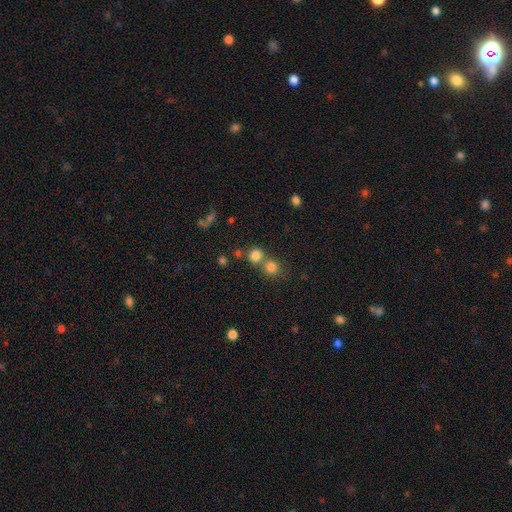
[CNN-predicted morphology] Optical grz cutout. It shows a smooth galaxy with no disk features (78%) that is round (85%). Merging: none (52%).